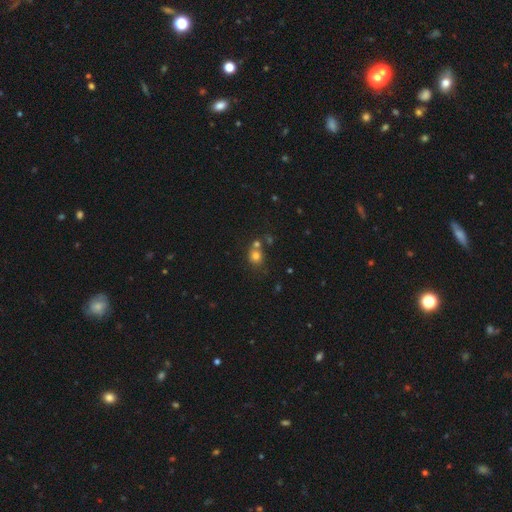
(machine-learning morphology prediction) Smooth or featured? smooth (74%)
How rounded? round (81%)
Merging? none (54%)